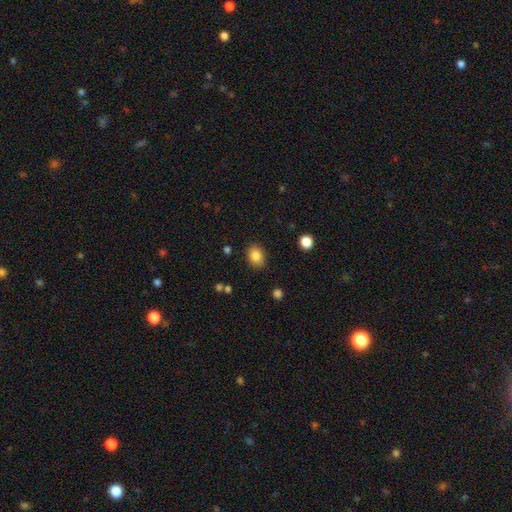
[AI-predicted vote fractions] Smooth or featured?
  - smooth: 84% *
  - star or artifact: 10%
  - featured or disk: 6%
How rounded?
  - in between: 53% *
  - round: 46%
  - cigar-shaped: 1%
Merging?
  - none: 86% *
  - minor disturbance: 10%
  - major disturbance: 3%
  - merger: 2%